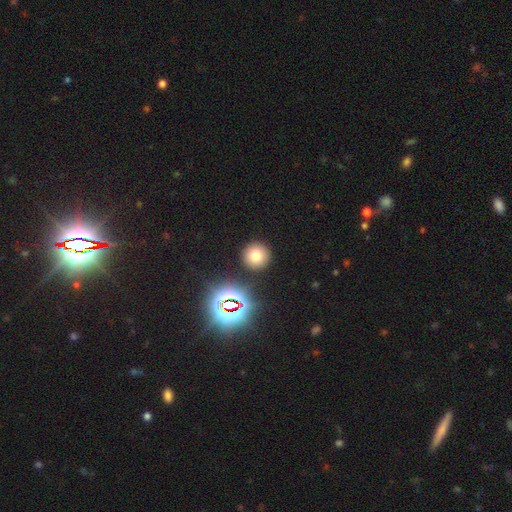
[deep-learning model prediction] Smooth or featured? Predicted: smooth (p=0.71). How rounded? Predicted: round (p=0.95). Merging? Predicted: none (p=0.89).